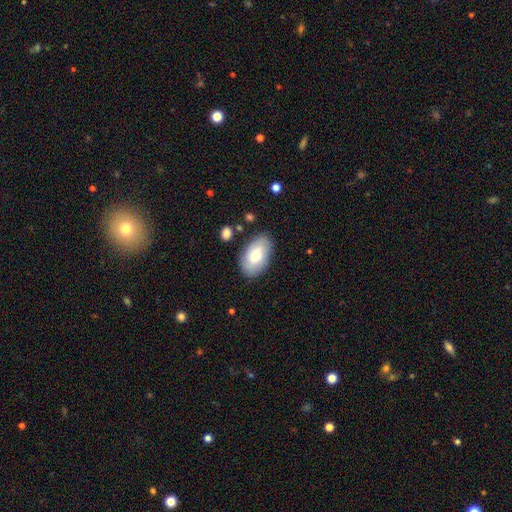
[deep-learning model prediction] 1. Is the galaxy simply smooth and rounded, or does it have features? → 71% smooth, 23% featured or disk, 6% star or artifact.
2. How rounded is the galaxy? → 93% in between, 5% round, 1% cigar-shaped.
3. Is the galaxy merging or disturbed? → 80% none, 14% minor disturbance, 3% major disturbance, 2% merger.